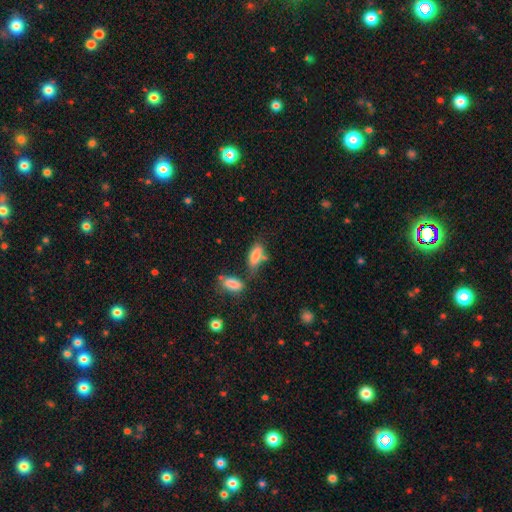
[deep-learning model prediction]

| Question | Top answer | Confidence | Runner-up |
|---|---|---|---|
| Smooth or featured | smooth | 81% | featured or disk (11%) |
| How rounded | in between | 77% | cigar-shaped (20%) |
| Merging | none | 47% | merger (26%) |